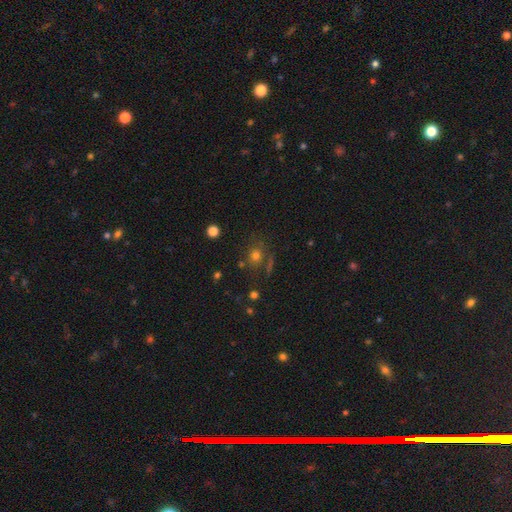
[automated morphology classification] This is likely a smooth galaxy (66%). How rounded: likely round (78%). Merging: likely none (67%).